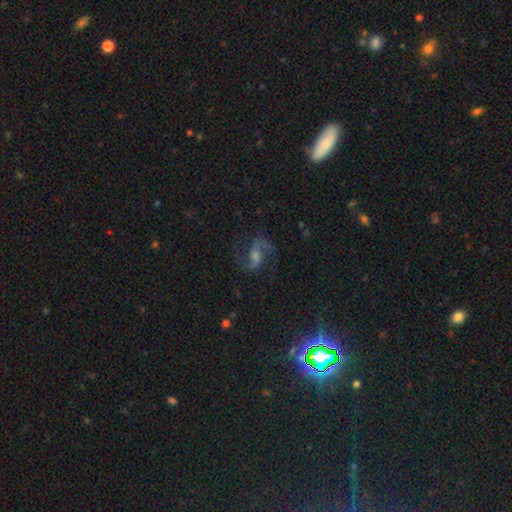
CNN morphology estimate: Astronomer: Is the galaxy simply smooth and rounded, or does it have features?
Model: featured or disk — 80%.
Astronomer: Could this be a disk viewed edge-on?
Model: no — 97%.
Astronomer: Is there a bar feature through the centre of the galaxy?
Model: weak — 47% (runner-up: no, 28%).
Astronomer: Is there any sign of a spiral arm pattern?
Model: yes — 97%.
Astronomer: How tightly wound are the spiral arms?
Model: loose — 46% (runner-up: medium, 45%).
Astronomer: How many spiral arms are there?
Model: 2 — 92%.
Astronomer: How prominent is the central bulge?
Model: moderate — 43% (runner-up: small, 36%).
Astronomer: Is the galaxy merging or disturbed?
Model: none — 77%.